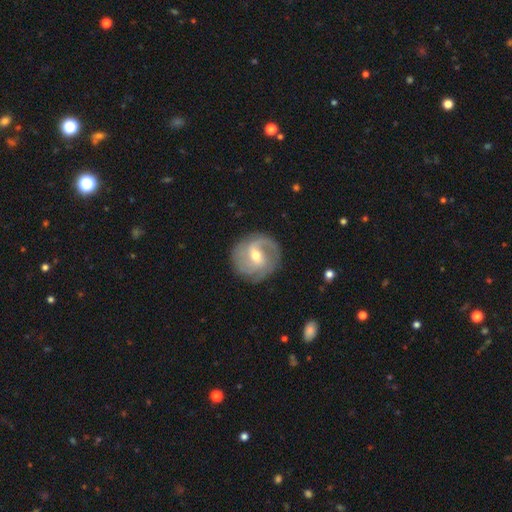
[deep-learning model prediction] Morphology: type=featured or disk (83%); edge-on=no (98%); bar=weak (54%); spiral arms=yes (95%); winding=medium (44%); arm count=2 (53%); bulge=moderate (60%); merging=none (80%).